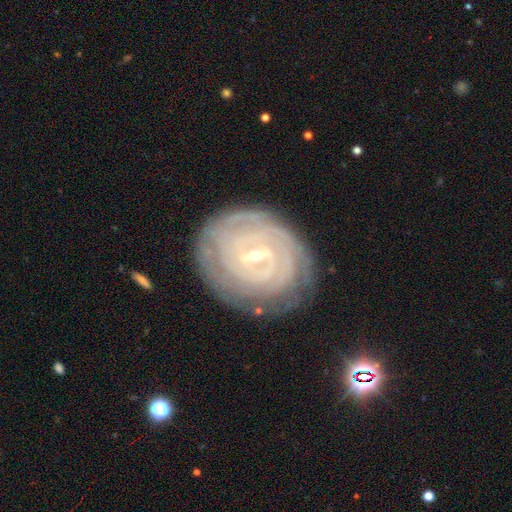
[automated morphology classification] The model was most divided on "spiral arm count": can't tell: 31%, 2: 20%, 4: 19%, 3: 15%, more than 4: 9%, 1: 6%. Remaining: edge-on disk — no (97%); spiral arms — yes (97%); smooth or featured — featured or disk (88%); spiral winding — tight (87%); merging — none (80%); bulge size — small (79%); bar — weak (49%).